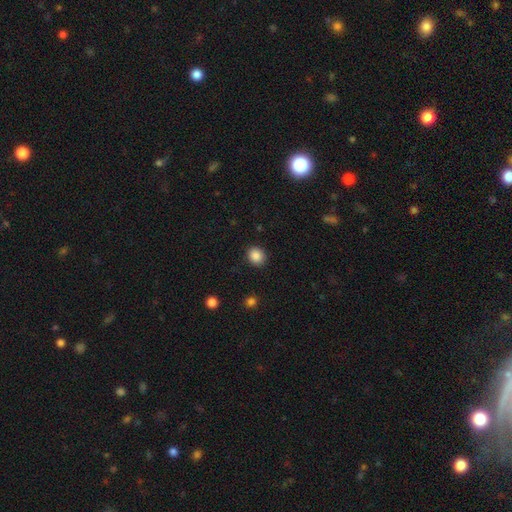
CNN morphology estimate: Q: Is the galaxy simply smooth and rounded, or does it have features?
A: smooth — 87%.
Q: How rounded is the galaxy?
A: round — 74%.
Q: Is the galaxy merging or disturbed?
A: none — 90%.